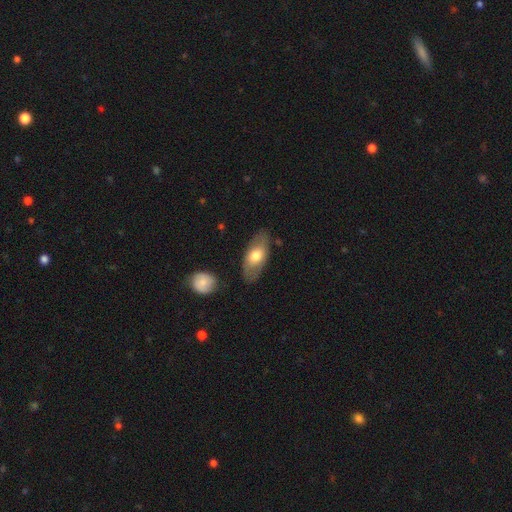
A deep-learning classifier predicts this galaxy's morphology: A smooth galaxy with no disk features (62%) that is in between round and cigar-shaped (88%).

Vote fractions:
- Smooth or featured? smooth: 62% / featured or disk: 32% / star or artifact: 5%
- How rounded? in between: 88% / cigar-shaped: 8% / round: 4%
- Merging? none: 78% / minor disturbance: 15% / major disturbance: 4% / merger: 3%